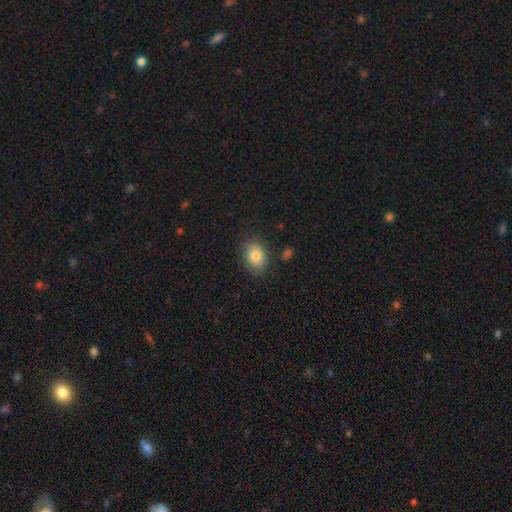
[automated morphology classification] The model was most divided on "how rounded": in between: 68%, round: 31%, cigar-shaped: 1%. More confident: smooth or featured — smooth (80%); merging — none (79%).